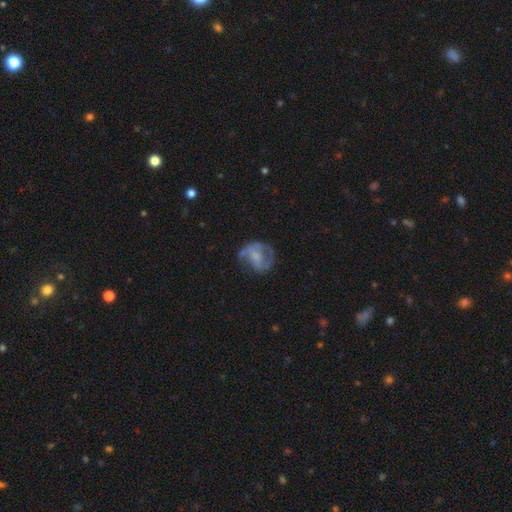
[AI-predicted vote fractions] Morphology: type=featured or disk (61%); edge-on=no (97%); bar=weak (41%); spiral arms=yes (68%); bulge=small (38%); merging=none (48%).